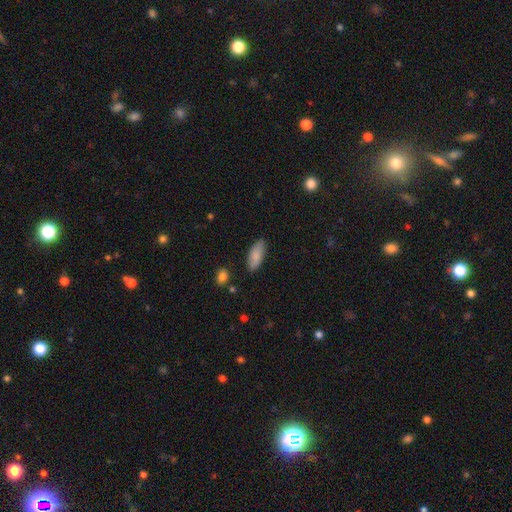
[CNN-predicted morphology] A smooth galaxy with no disk features (85%) that is in between round and cigar-shaped (82%).

Vote fractions:
- Smooth or featured? smooth: 85% / featured or disk: 8% / star or artifact: 6%
- How rounded? in between: 82% / cigar-shaped: 16% / round: 2%
- Merging? none: 85% / minor disturbance: 11% / major disturbance: 2% / merger: 2%